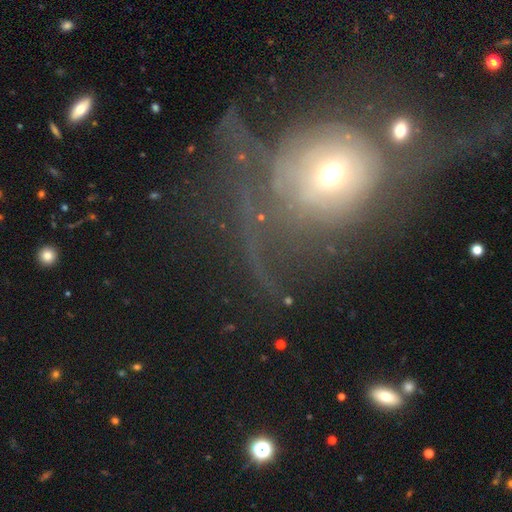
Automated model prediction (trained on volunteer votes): smooth_or_featured: featured or disk (p=0.38) [alt: smooth p=0.35]
merging: major disturbance (p=0.48) [alt: none p=0.31]